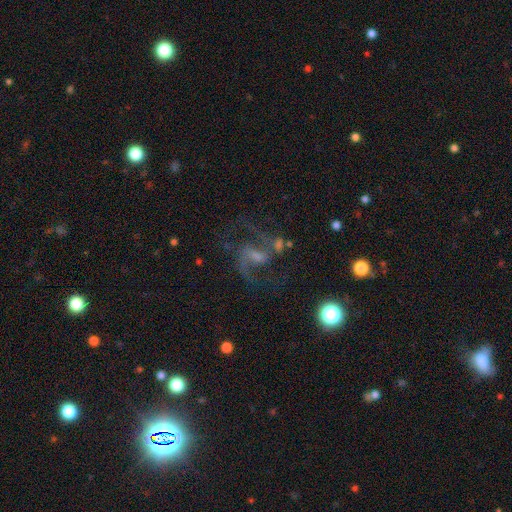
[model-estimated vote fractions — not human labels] smooth_or_featured: featured or disk (p=0.79) [alt: star or artifact p=0.13]
disk_edge_on: no (p=0.97) [alt: yes p=0.03]
bar: weak (p=0.51) [alt: strong p=0.26]
has_spiral_arms: yes (p=0.95) [alt: no p=0.05]
spiral_winding: medium (p=0.47) [alt: loose p=0.44]
spiral_arm_count: 2 (p=0.89) [alt: can't tell p=0.04]
bulge_size: small (p=0.42) [alt: moderate p=0.30]
merging: none (p=0.62) [alt: major disturbance p=0.16]